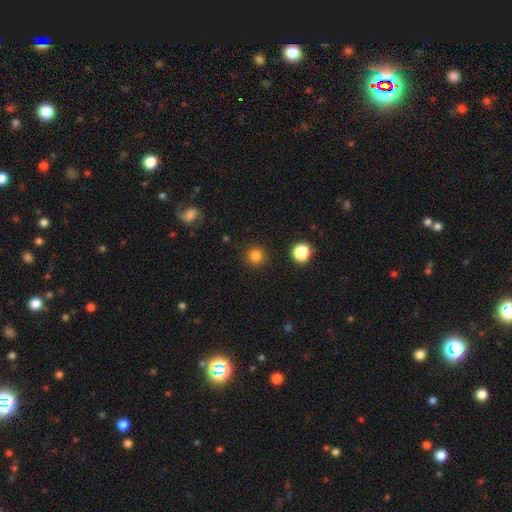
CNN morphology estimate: type=smooth (82%); roundness=round (95%); merging=none (90%).